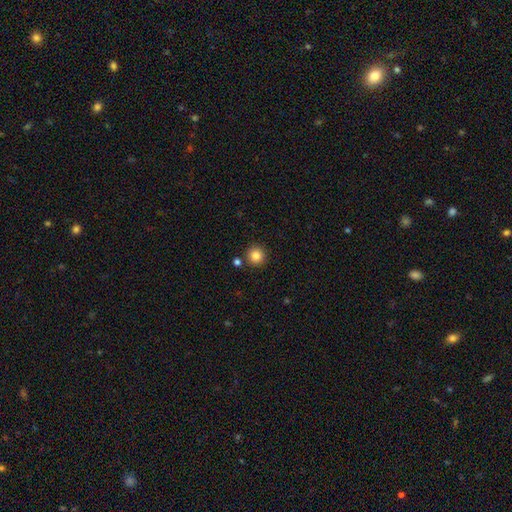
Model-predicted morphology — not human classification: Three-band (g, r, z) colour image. It shows a smooth galaxy with no disk features (85%) that is round (95%). Merging: none (87%).